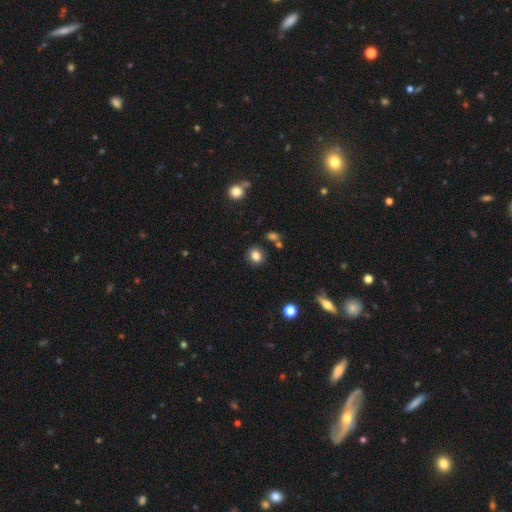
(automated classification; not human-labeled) Smooth or featured? smooth (84%)
How rounded? round (73%)
Merging? none (84%)